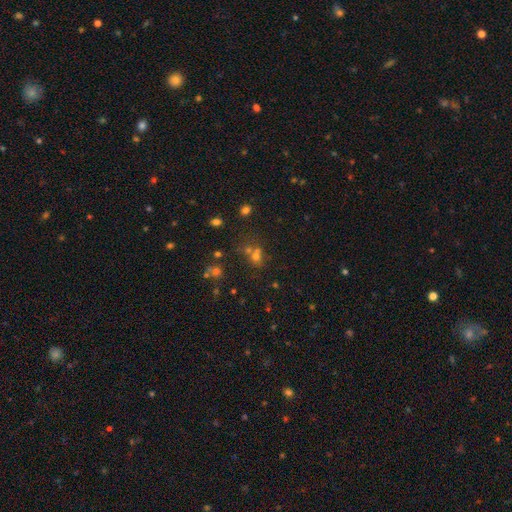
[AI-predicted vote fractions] Smooth or featured? smooth (48%)
Merging? none (50%)